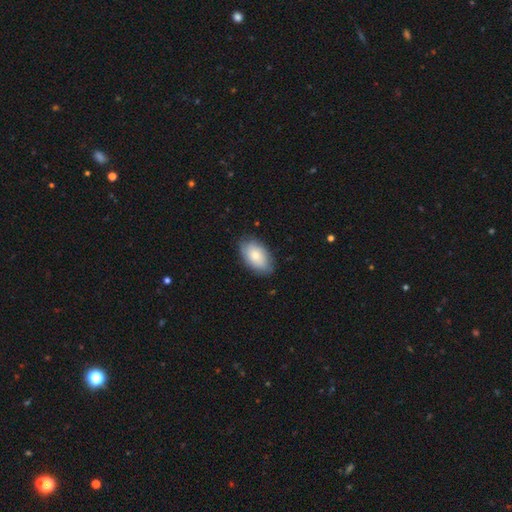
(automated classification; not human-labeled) This appears to be a smooth galaxy with no disk features (75%) that is in between round and cigar-shaped (93%). Merging: none (80%).